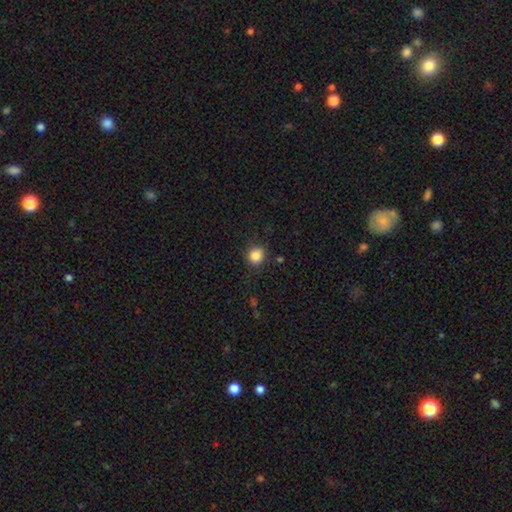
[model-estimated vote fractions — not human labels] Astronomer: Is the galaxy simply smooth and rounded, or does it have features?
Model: smooth — 85%.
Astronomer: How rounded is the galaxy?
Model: round — 88%.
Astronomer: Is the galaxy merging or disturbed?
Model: none — 88%.